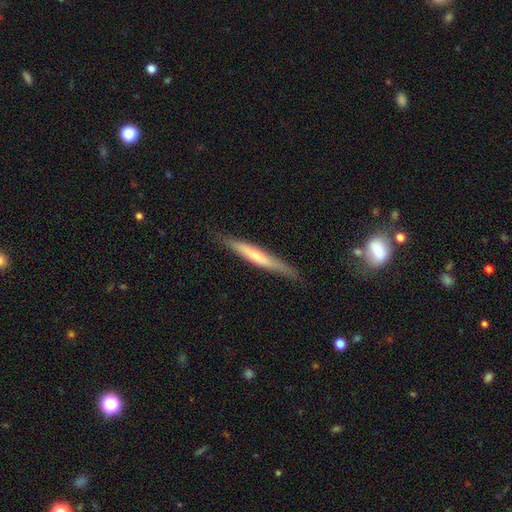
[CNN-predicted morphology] Smooth or featured? smooth (51%)
How rounded? cigar-shaped (95%)
Merging? none (82%)